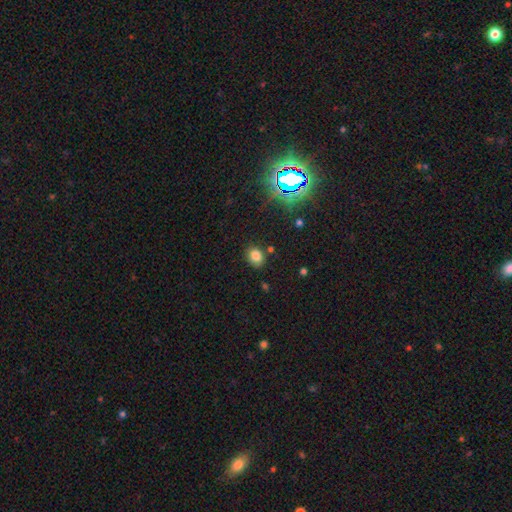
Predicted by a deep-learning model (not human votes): smooth-or-featured: smooth: 78% | star or artifact: 16% | featured or disk: 6%
  how-rounded: in between: 56% | round: 43% | cigar-shaped: 1%
  merging: none: 82% | minor disturbance: 11% | merger: 3% | major disturbance: 3%